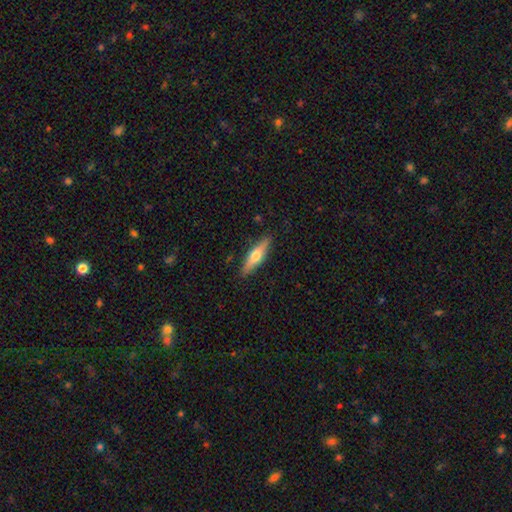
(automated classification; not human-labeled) Morphology: type=featured or disk (49%); merging=none (89%).